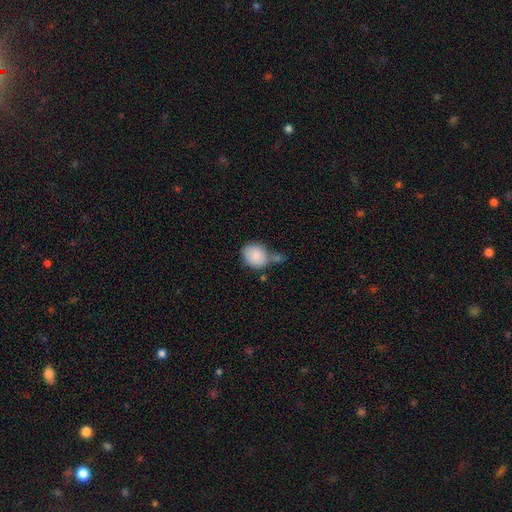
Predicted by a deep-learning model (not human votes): Smooth or featured? Predicted: smooth (p=0.86). How rounded? Predicted: round (p=0.64). Merging? Predicted: none (p=0.46).